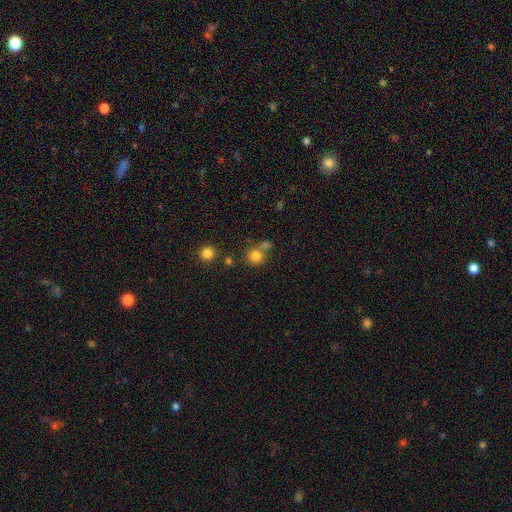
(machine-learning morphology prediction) Smooth or featured: smooth — 79% (star or artifact — 14%)
How rounded: round — 88% (in between — 11%)
Merging: none — 62% (merger — 24%)